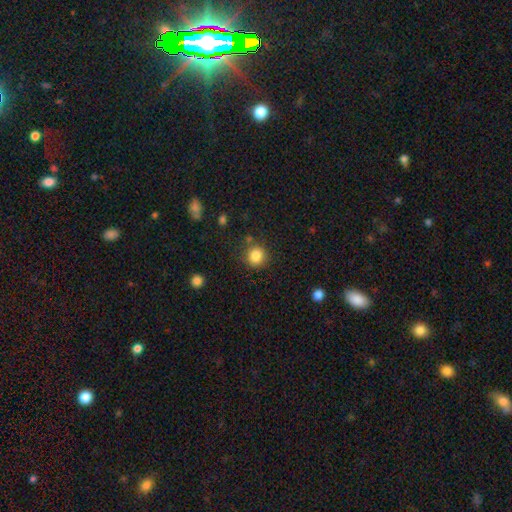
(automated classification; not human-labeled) Overall: smooth (84%). How rounded: round (91%). Merging: none (83%).